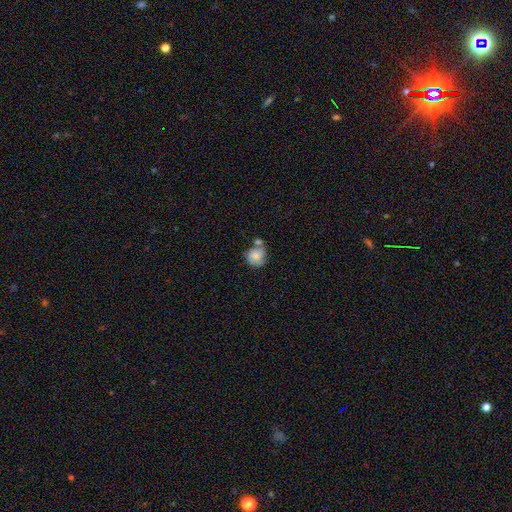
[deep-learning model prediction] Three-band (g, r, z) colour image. It shows a smooth galaxy with no disk features (72%) that is round (81%). Merging: none (42%).